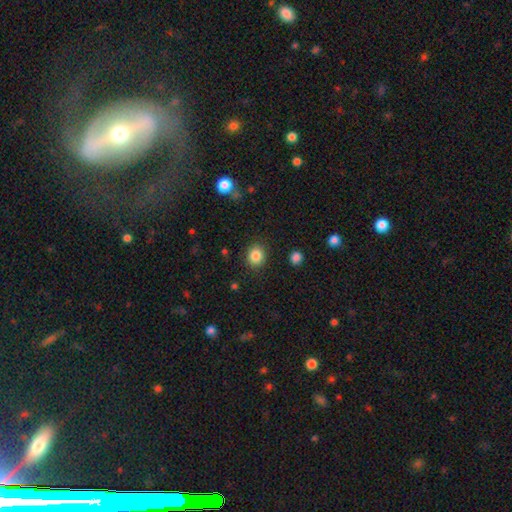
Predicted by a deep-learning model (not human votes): Smooth or featured? Predicted: smooth (p=0.86). How rounded? Predicted: round (p=0.74). Merging? Predicted: none (p=0.88).